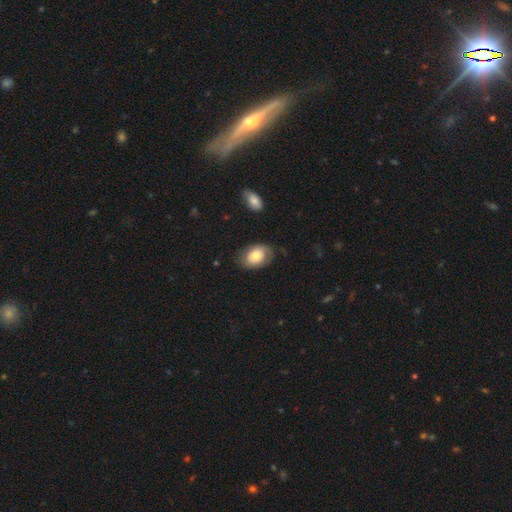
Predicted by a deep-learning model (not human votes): A smooth galaxy with no disk features (60%) that is in between round and cigar-shaped (81%).

Vote fractions:
- Smooth or featured? smooth: 60% / featured or disk: 33% / star or artifact: 7%
- How rounded? in between: 81% / round: 18% / cigar-shaped: 1%
- Merging? none: 66% / minor disturbance: 23% / major disturbance: 10% / merger: 2%